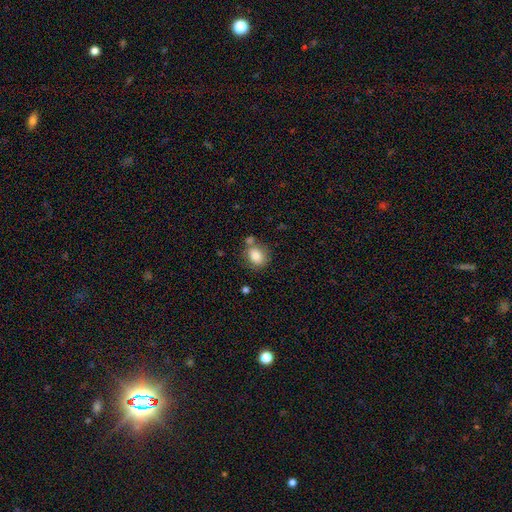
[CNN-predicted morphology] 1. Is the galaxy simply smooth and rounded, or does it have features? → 81% smooth, 10% featured or disk, 9% star or artifact.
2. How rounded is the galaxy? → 59% round, 39% in between, 1% cigar-shaped.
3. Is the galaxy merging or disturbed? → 61% none, 19% merger, 15% minor disturbance, 5% major disturbance.